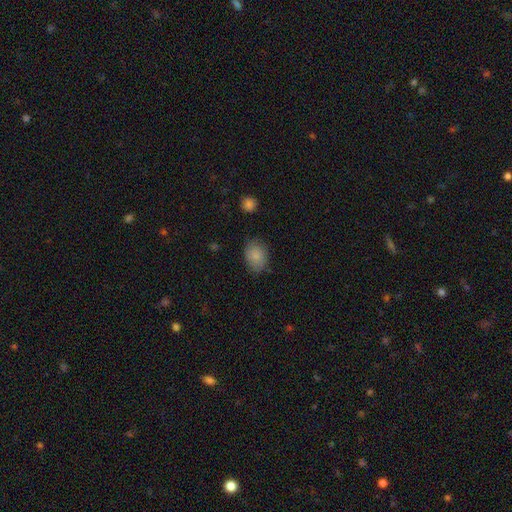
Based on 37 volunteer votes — Morphology: type=smooth (81%); roundness=in between (73%); merging=none (77%).